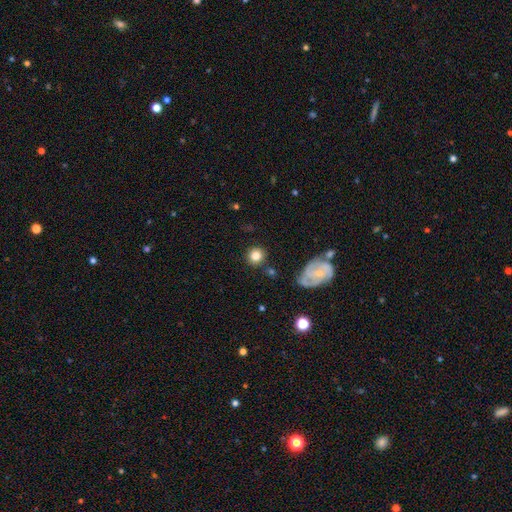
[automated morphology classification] A smooth galaxy with no disk features (79%) that is round (90%). Merging: none (82%).